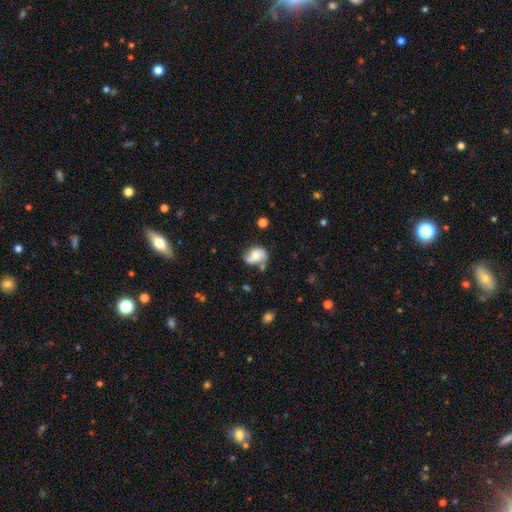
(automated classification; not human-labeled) Overall: smooth (49%; featured or disk 43%). Merging: none (49%; minor disturbance 28%).